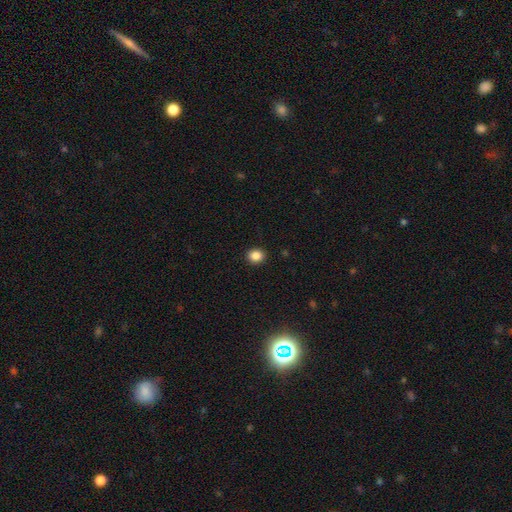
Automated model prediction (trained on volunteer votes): smooth-or-featured: smooth: 86% | star or artifact: 10% | featured or disk: 4%
  how-rounded: round: 69% | in between: 31% | cigar-shaped: 1%
  merging: none: 92% | minor disturbance: 6% | major disturbance: 2% | merger: 1%